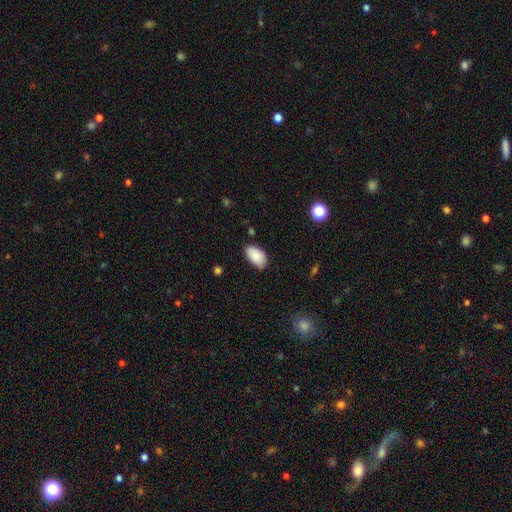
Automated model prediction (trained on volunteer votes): smooth_or_featured: smooth (p=0.88) [alt: star or artifact p=0.07]
how_rounded: in between (p=0.95) [alt: round p=0.04]
merging: none (p=0.80) [alt: minor disturbance p=0.16]